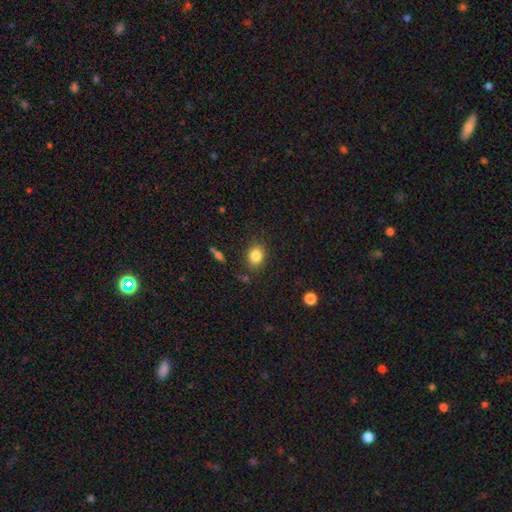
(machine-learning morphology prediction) This appears to be a smooth galaxy with no disk features (84%) that is round (52%). Merging: none (83%).